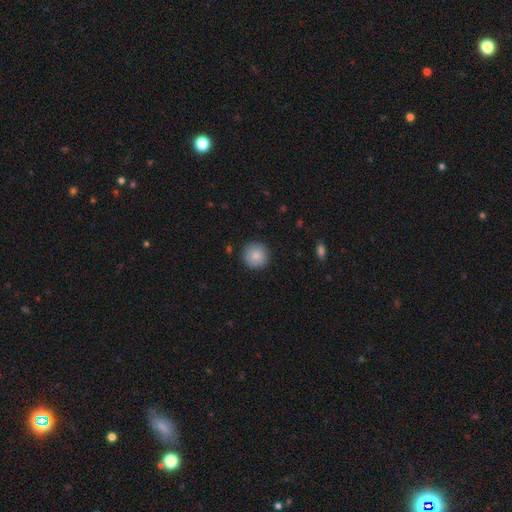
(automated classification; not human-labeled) This appears to be a smooth galaxy with no disk features (86%) that is round (95%). Merging: none (90%).